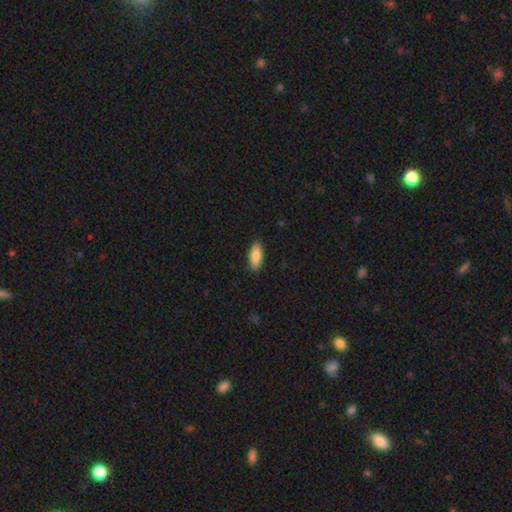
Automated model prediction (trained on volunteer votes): The model was most divided on "how rounded": in between: 77%, cigar-shaped: 21%, round: 2%. More confident: merging — none (88%); smooth or featured — smooth (86%).